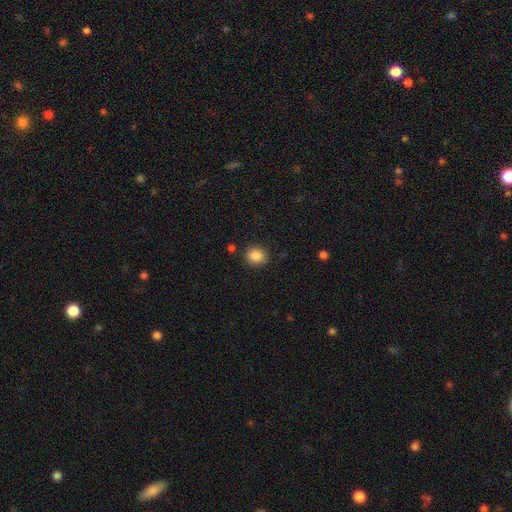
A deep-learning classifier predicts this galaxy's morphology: Smooth or featured: smooth — 87% (star or artifact — 9%)
How rounded: round — 68% (in between — 31%)
Merging: none — 87% (minor disturbance — 8%)